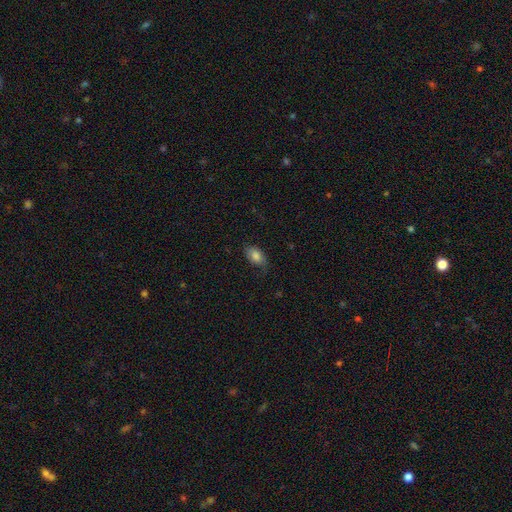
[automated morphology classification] type=smooth (78%); roundness=in between (90%); merging=none (67%).